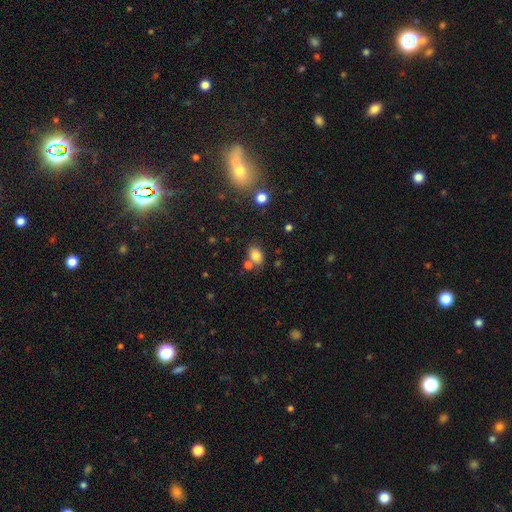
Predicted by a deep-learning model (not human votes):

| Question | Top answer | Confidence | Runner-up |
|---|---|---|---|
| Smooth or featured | smooth | 80% | star or artifact (11%) |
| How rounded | in between | 79% | round (20%) |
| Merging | none | 64% | merger (19%) |